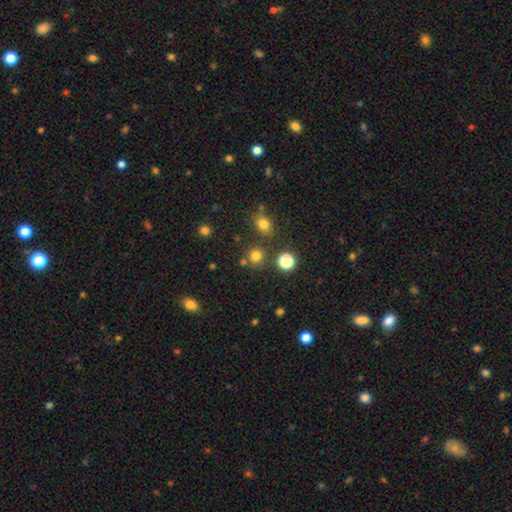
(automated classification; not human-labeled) smooth-or-featured: smooth: 74% | star or artifact: 20% | featured or disk: 6%
  how-rounded: round: 90% | in between: 9% | cigar-shaped: 1%
  merging: none: 78% | merger: 10% | minor disturbance: 8% | major disturbance: 3%